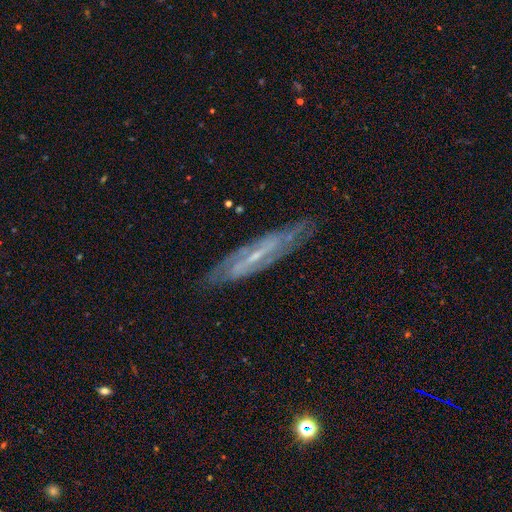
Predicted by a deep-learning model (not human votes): A featured or disk galaxy (79%) with a strong bar (44%), spiral arms (88%) and a small central bulge (72%).

Vote fractions:
- Smooth or featured? featured or disk: 79% / smooth: 13% / star or artifact: 8%
- Edge-on disk? no: 65% / yes: 35%
- Bar? strong: 44% / weak: 37% / no: 19%
- Spiral arms? yes: 88% / no: 12%
- Bulge size? small: 72% / moderate: 17% / none: 9% / large: 1% / dominant: 1%
- Merging? none: 79% / minor disturbance: 15% / major disturbance: 5% / merger: 2%